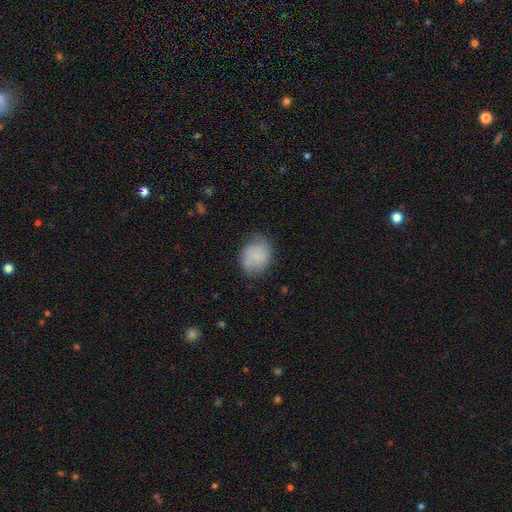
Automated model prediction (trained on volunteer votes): Smooth or featured? Predicted: smooth (p=0.64). How rounded? Predicted: round (p=0.57). Merging? Predicted: none (p=0.61).